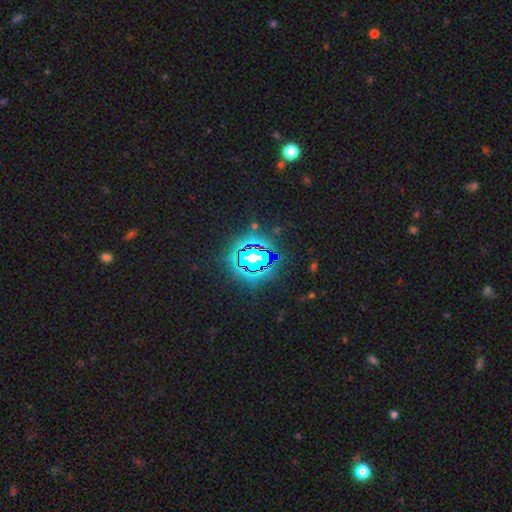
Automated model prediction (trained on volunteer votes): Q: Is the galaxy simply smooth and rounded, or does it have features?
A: star or artifact — 84%.